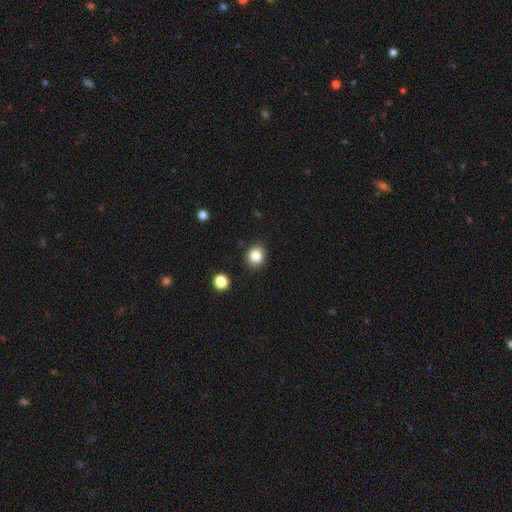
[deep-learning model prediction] Smooth or featured?
  - smooth: 84% *
  - star or artifact: 11%
  - featured or disk: 5%
How rounded?
  - round: 78% *
  - in between: 21%
  - cigar-shaped: 1%
Merging?
  - none: 89% *
  - minor disturbance: 7%
  - major disturbance: 2%
  - merger: 2%